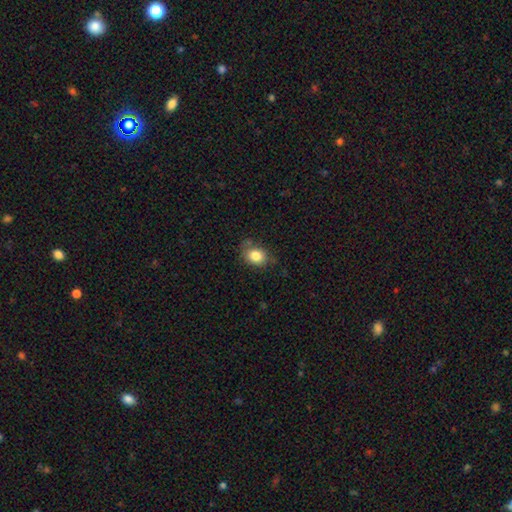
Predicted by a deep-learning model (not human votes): Smooth or featured?
  - smooth: 84% *
  - star or artifact: 9%
  - featured or disk: 7%
How rounded?
  - in between: 52% *
  - round: 47%
  - cigar-shaped: 1%
Merging?
  - none: 69% *
  - minor disturbance: 22%
  - major disturbance: 6%
  - merger: 3%